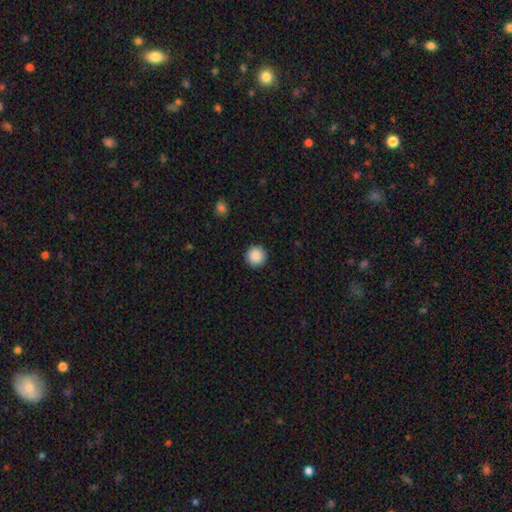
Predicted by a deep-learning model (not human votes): Smooth or featured? smooth (89%)
How rounded? round (96%)
Merging? none (93%)